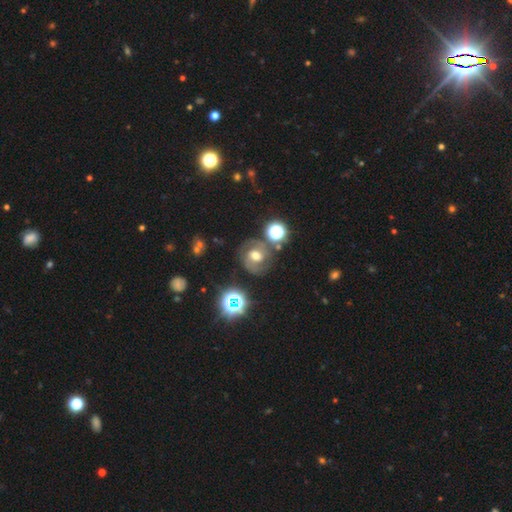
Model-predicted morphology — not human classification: Overall: featured or disk (61%). Edge-on disk: no (97%). Bar: weak (46%; no 37%). Spiral arms: yes (87%). Spiral arm count: 2 (77%). Spiral winding: medium (49%; tight 37%). Bulge size: moderate (65%). Merging: none (70%).